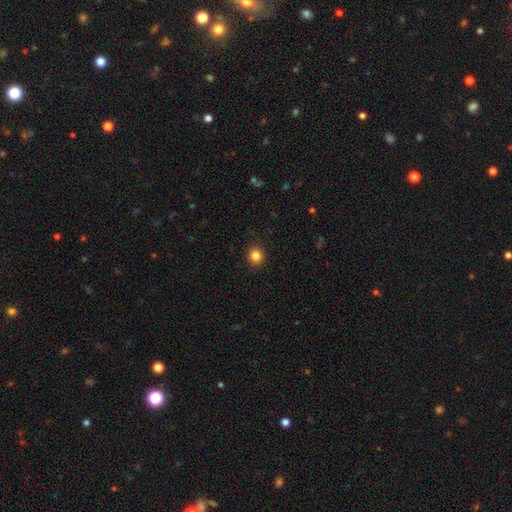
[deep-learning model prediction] The model was most divided on "how rounded": round: 82%, in between: 17%, cigar-shaped: 1%. More confident: merging — none (91%); smooth or featured — smooth (84%).